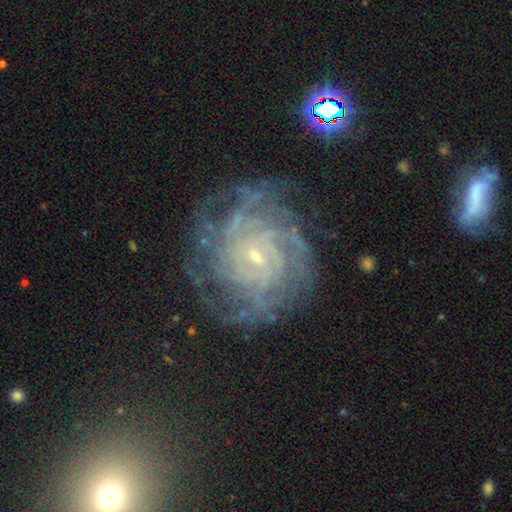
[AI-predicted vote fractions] Smooth or featured? Predicted: featured or disk (p=0.88). Edge-on disk? Predicted: no (p=0.98). Bar? Predicted: no (p=0.61). Spiral arms? Predicted: yes (p=0.97). Spiral winding? Predicted: tight (p=0.74). Spiral arm count? Predicted: can't tell (p=0.27). Bulge size? Predicted: small (p=0.84). Merging? Predicted: none (p=0.74).